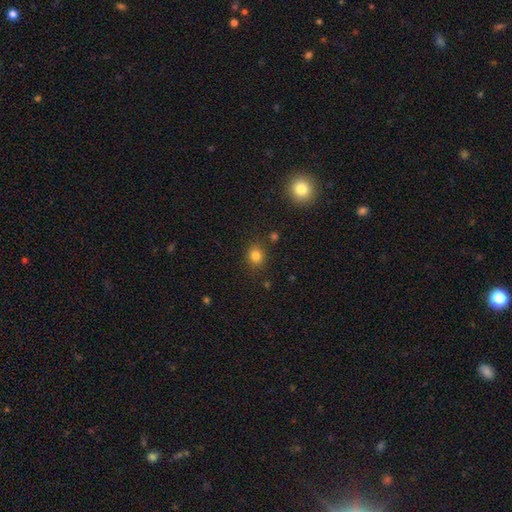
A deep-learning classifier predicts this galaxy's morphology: This appears to be a smooth galaxy with no disk features (82%) that is round (78%). Merging: none (84%).